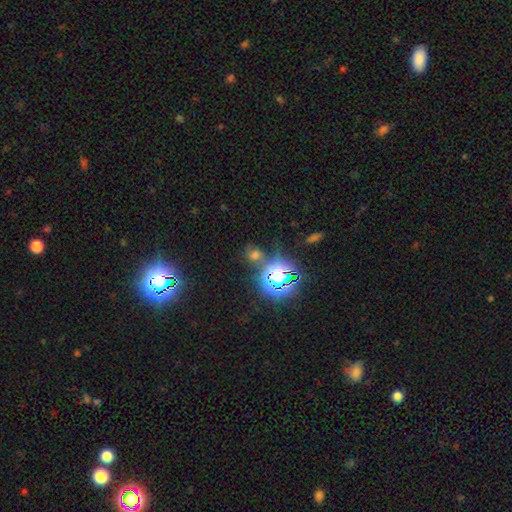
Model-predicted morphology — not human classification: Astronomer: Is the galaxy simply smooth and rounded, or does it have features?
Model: star or artifact — 56% (runner-up: smooth, 36%).